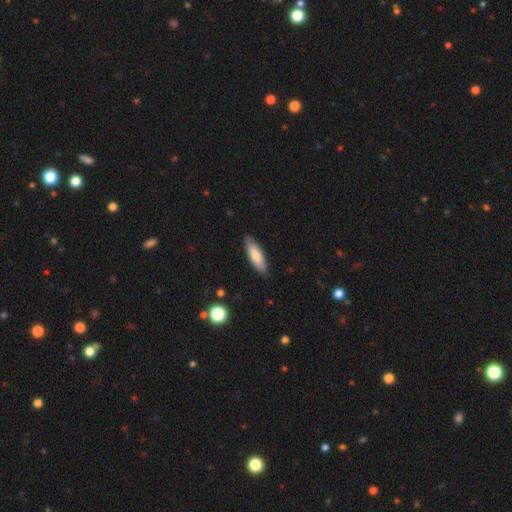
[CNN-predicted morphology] Q: Smooth or featured?
A: smooth (80%); runner-up: featured or disk (14%)
Q: How rounded?
A: cigar-shaped (50%); runner-up: in between (48%)
Q: Merging?
A: none (87%); runner-up: minor disturbance (10%)